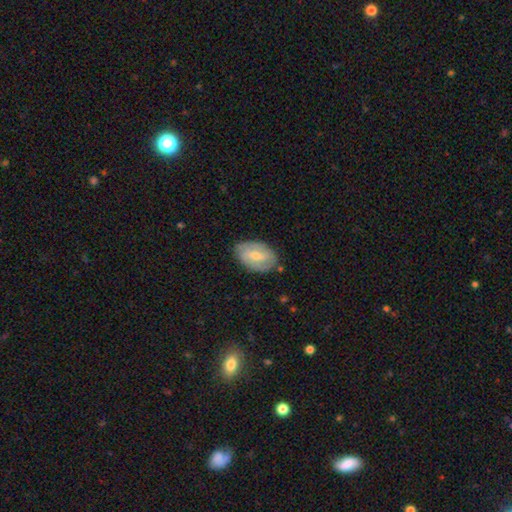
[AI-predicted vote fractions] This appears to be a featured or disk galaxy (60%) with a weak bar (50%), spiral arms (78%) and a small central bulge (56%). Merging: none (79%).